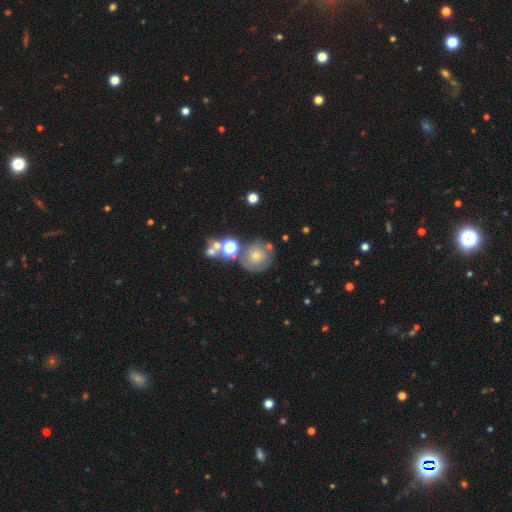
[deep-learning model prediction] smooth_or_featured: smooth (p=0.53) [alt: featured or disk p=0.31]
how_rounded: round (p=0.89) [alt: in between p=0.10]
merging: none (p=0.61) [alt: minor disturbance p=0.16]